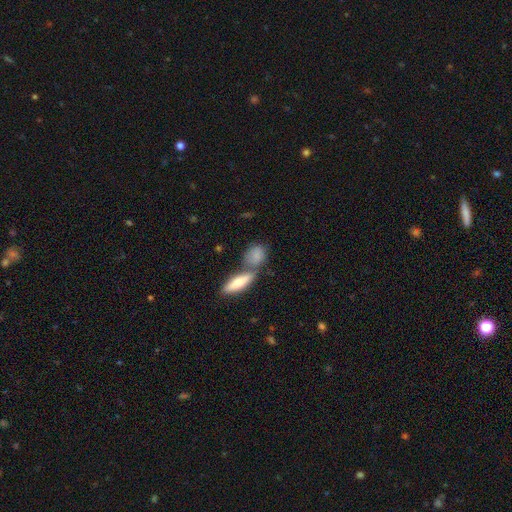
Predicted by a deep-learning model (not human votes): smooth-or-featured: smooth: 80% | featured or disk: 13% | star or artifact: 7%
  how-rounded: in between: 61% | round: 27% | cigar-shaped: 13%
  merging: none: 44% | merger: 39% | minor disturbance: 12% | major disturbance: 5%